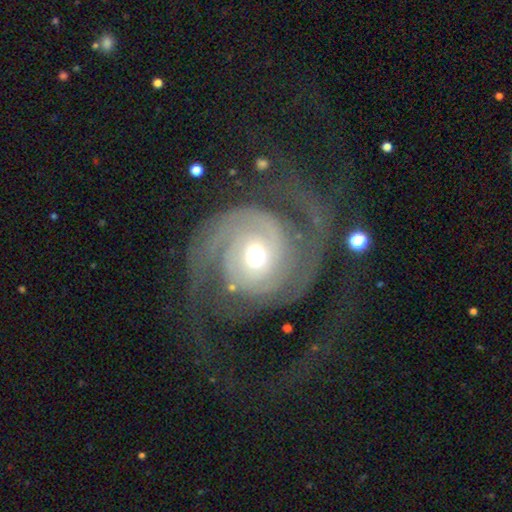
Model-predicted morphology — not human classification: featured or disk 88%, smooth 7%, star or artifact 5%. Down the decision tree: edge-on disk — no (98%); bar — no (68%); spiral arms — yes (96%); spiral arm count — 2 (70%); spiral winding — tight (49%); bulge size — moderate (65%); merging — none (61%).